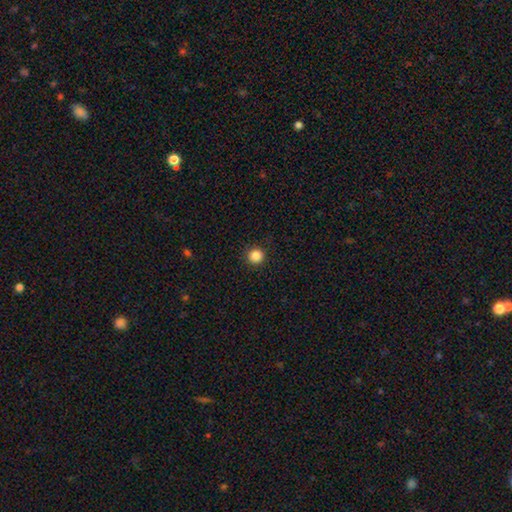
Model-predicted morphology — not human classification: This appears to be a smooth galaxy with no disk features (86%) that is round (95%). Merging: none (92%).